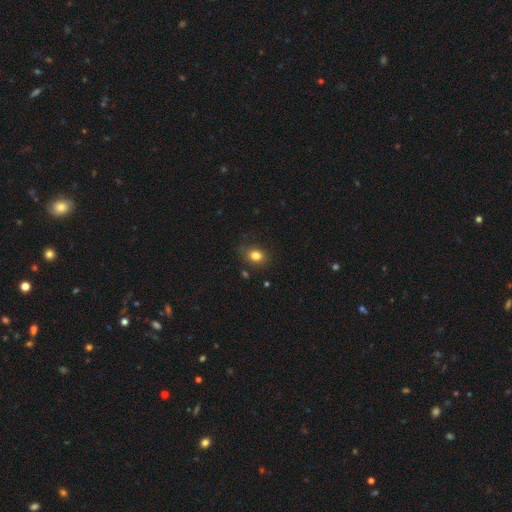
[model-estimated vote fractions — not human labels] Smooth or featured? Predicted: smooth (p=0.83). How rounded? Predicted: in between (p=0.60). Merging? Predicted: none (p=0.80).